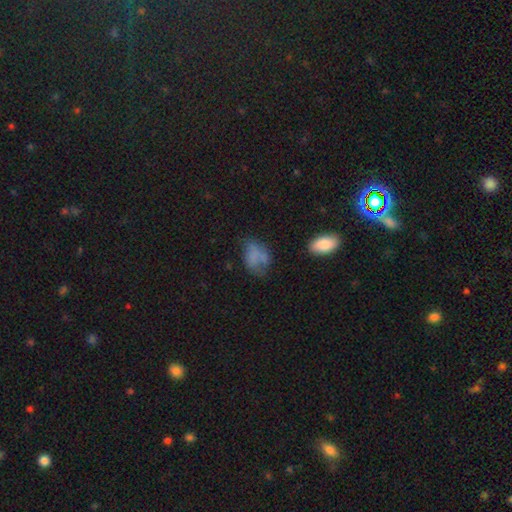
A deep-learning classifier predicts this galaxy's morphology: Smooth or featured: smooth — 65% (featured or disk — 22%)
How rounded: in between — 80% (round — 18%)
Merging: none — 38% (minor disturbance — 29%)